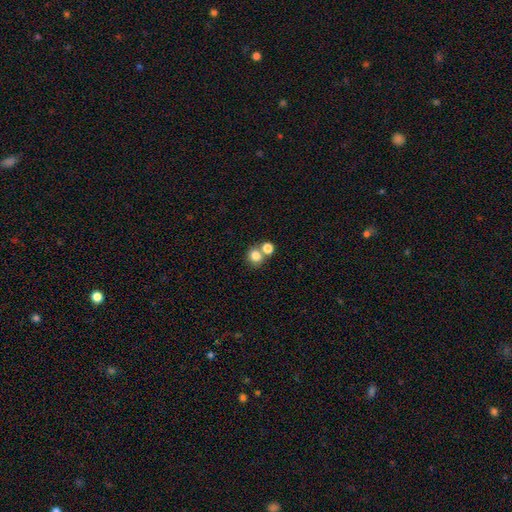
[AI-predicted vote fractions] This is clearly a smooth galaxy (81%). How rounded: clearly round (82%). Merging: possibly none (51%).